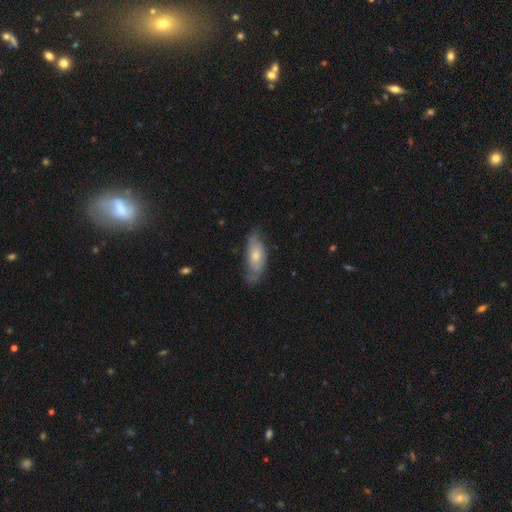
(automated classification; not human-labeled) Smooth or featured?
  - featured or disk: 52% *
  - smooth: 42%
  - star or artifact: 6%
Edge-on disk?
  - no: 82% *
  - yes: 18%
Merging?
  - none: 61% *
  - minor disturbance: 27%
  - major disturbance: 10%
  - merger: 2%